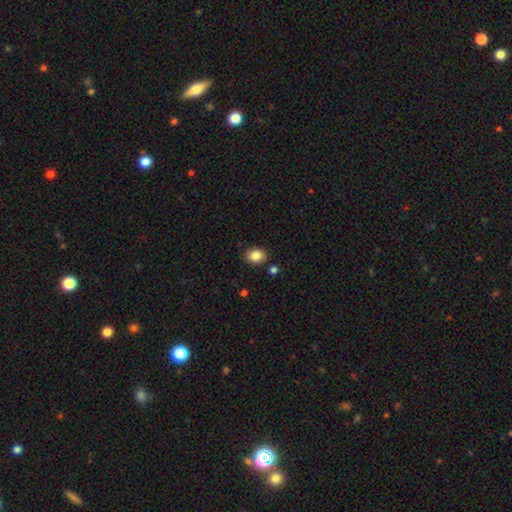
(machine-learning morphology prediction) smooth 86%, star or artifact 9%, featured or disk 5%. Down the decision tree: how rounded — in between (63%); merging — none (84%).